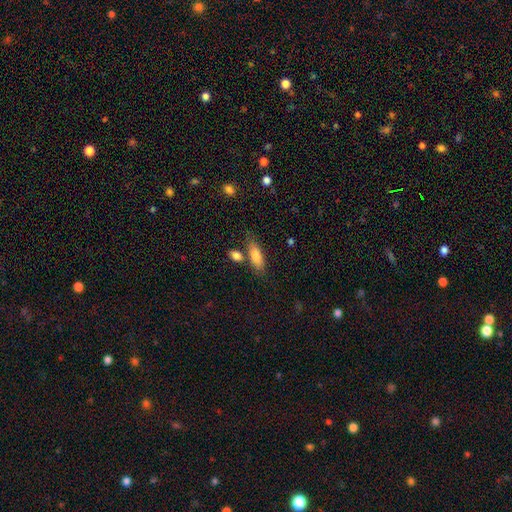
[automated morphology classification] smooth-or-featured: smooth: 81% | featured or disk: 12% | star or artifact: 7%
  how-rounded: in between: 69% | cigar-shaped: 28% | round: 3%
  merging: none: 66% | minor disturbance: 16% | merger: 14% | major disturbance: 5%